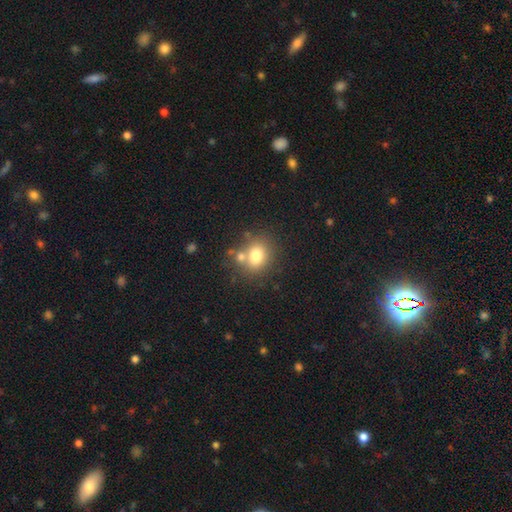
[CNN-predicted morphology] Smooth or featured? smooth (75%)
How rounded? round (62%)
Merging? none (60%)